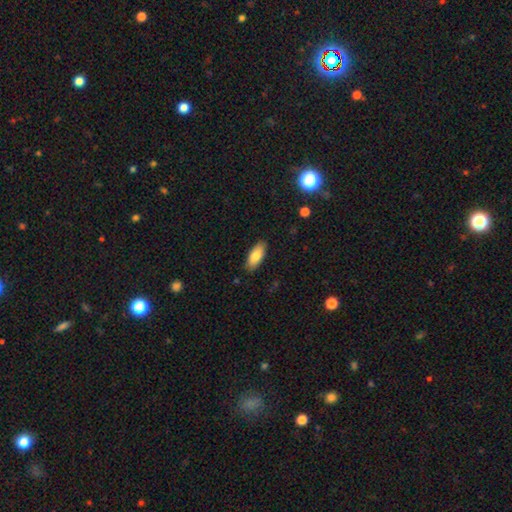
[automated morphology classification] type=smooth (82%); roundness=in between (81%); merging=none (86%).